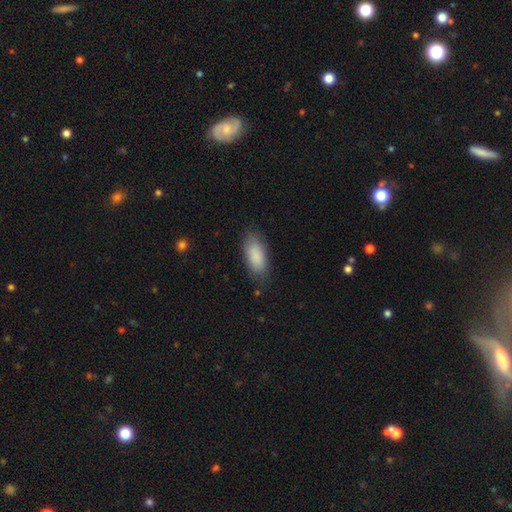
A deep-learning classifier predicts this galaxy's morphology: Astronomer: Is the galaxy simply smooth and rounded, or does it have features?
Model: smooth — 88%.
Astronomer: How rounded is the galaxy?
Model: in between — 87%.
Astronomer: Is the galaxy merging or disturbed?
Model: none — 80%.